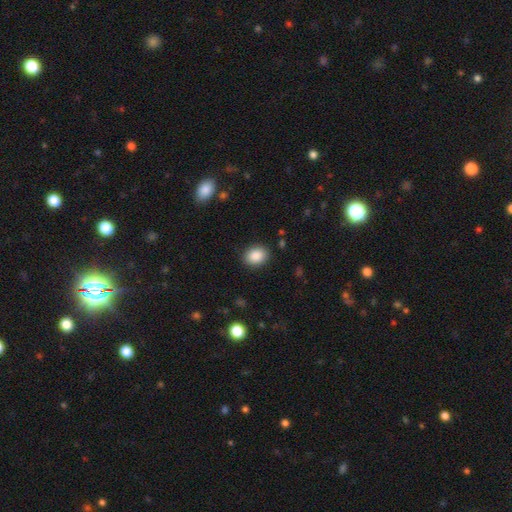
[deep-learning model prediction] Overall: smooth (88%). How rounded: in between (59%; round 40%). Merging: none (88%).